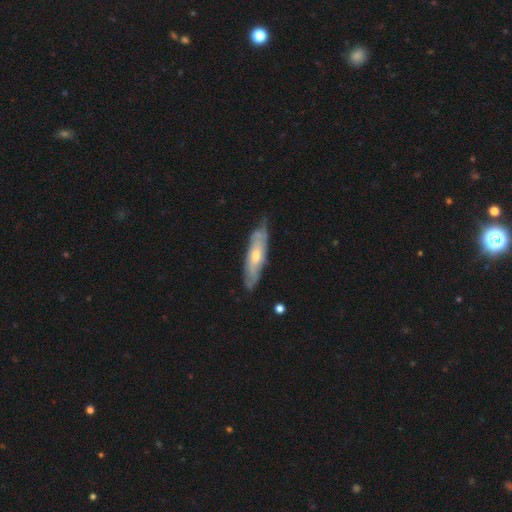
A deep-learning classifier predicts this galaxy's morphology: A featured or disk galaxy (64%).

Vote fractions:
- Smooth or featured? featured or disk: 64% / smooth: 30% / star or artifact: 6%
- Edge-on disk? no: 61% / yes: 39%
- Merging? none: 70% / minor disturbance: 24% / major disturbance: 5% / merger: 2%